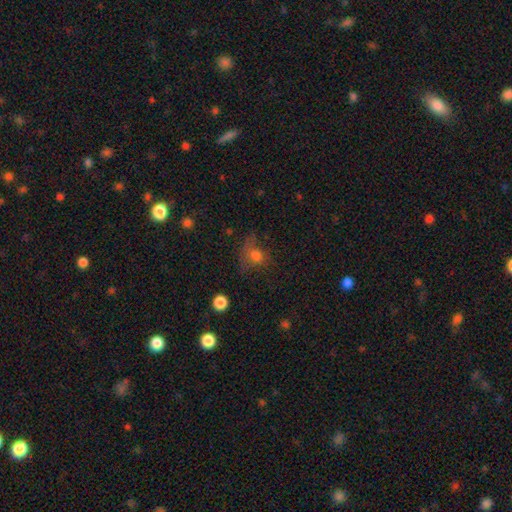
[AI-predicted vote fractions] A smooth galaxy with no disk features (65%) that is round (65%).

Vote fractions:
- Smooth or featured? smooth: 65% / star or artifact: 19% / featured or disk: 16%
- How rounded? round: 65% / in between: 33% / cigar-shaped: 2%
- Merging? none: 45% / major disturbance: 26% / minor disturbance: 24% / merger: 4%